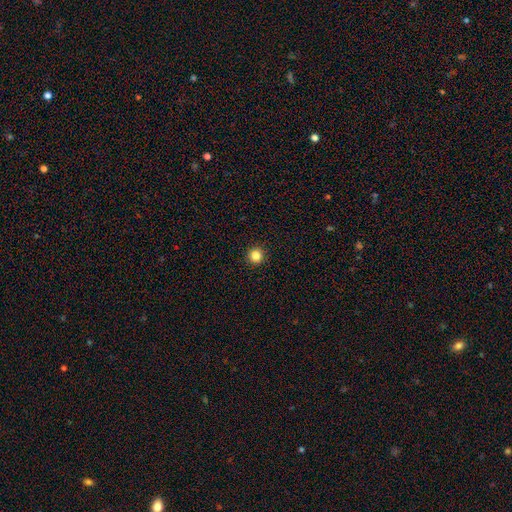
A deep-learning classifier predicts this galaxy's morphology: Q: Smooth or featured?
A: smooth (84%); runner-up: star or artifact (11%)
Q: How rounded?
A: round (96%); runner-up: in between (4%)
Q: Merging?
A: none (94%); runner-up: minor disturbance (4%)